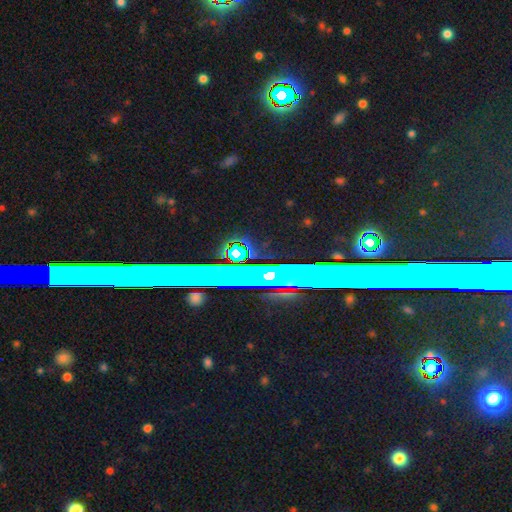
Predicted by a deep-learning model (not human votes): This appears to be a star or artifact, not a galaxy (72%).